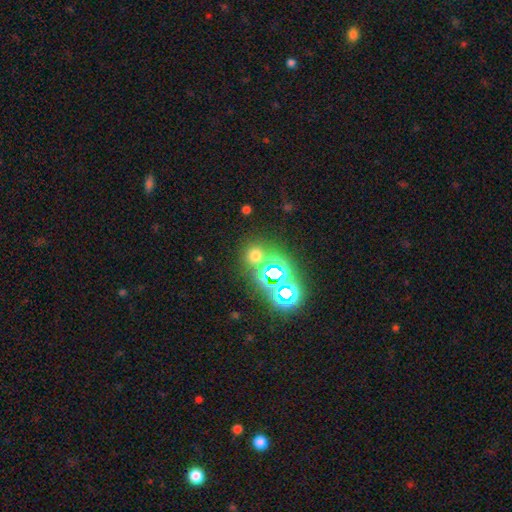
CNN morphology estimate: A smooth galaxy with no disk features (49%).

Vote fractions:
- Smooth or featured? smooth: 49% / star or artifact: 44% / featured or disk: 7%
- Merging? none: 73% / merger: 14% / minor disturbance: 9% / major disturbance: 4%